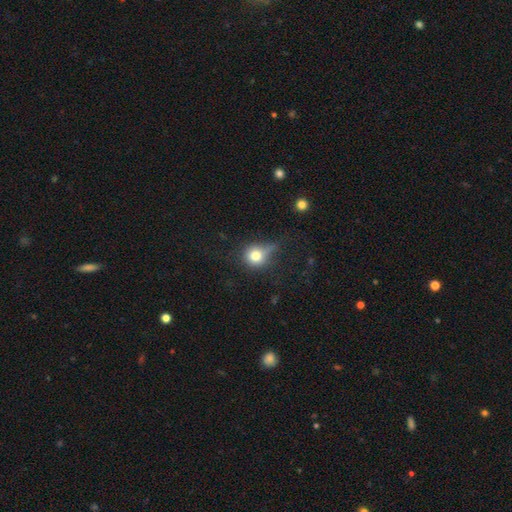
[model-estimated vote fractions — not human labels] Morphology: type=smooth (75%); roundness=round (84%); merging=none (50%).